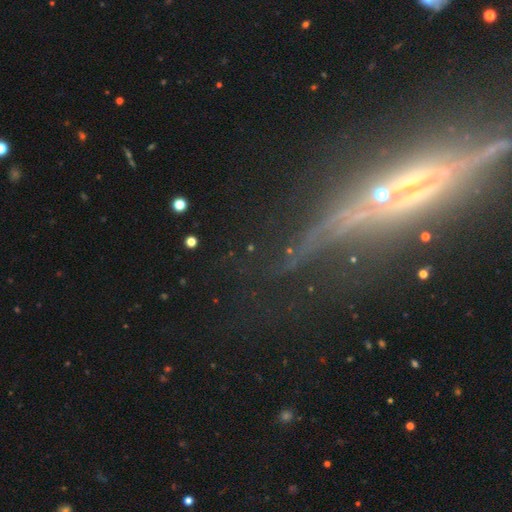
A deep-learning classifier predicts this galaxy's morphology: This appears to be a featured or disk galaxy (57%) viewed edge-on (73%). Merging: none (65%).